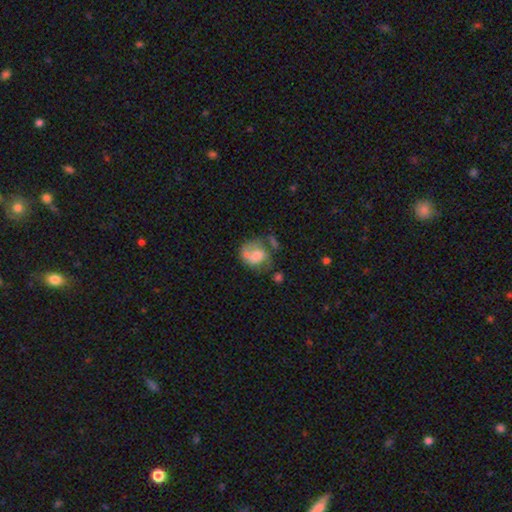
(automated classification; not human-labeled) Smooth or featured: smooth — 48% (featured or disk — 44%)
Merging: none — 33% (minor disturbance — 23%)